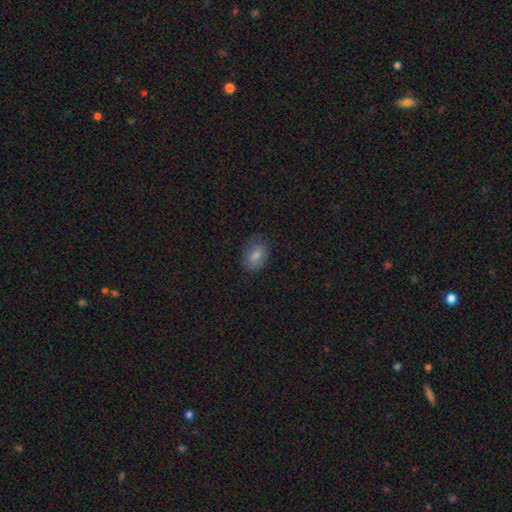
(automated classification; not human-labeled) Smooth or featured? smooth (81%)
How rounded? in between (83%)
Merging? none (76%)